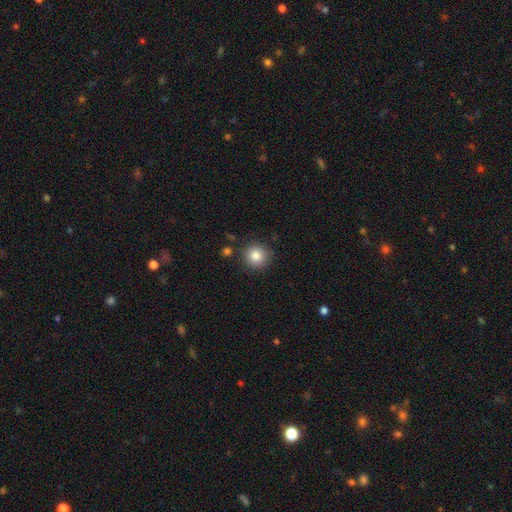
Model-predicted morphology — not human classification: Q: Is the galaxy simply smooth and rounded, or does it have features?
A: smooth — 84%.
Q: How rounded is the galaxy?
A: round — 93%.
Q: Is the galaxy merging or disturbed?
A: none — 86%.